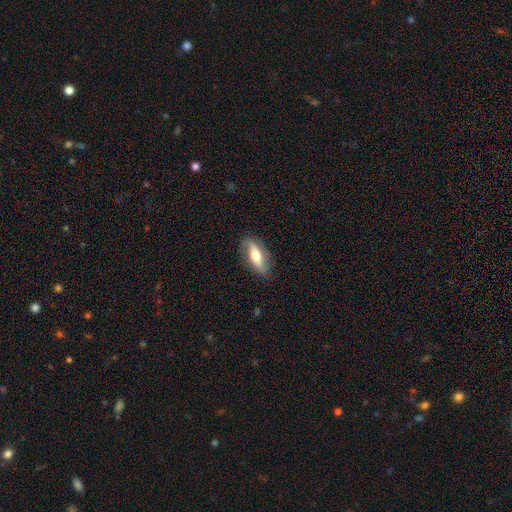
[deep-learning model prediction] This appears to be a featured or disk galaxy (56%). Merging: none (77%).